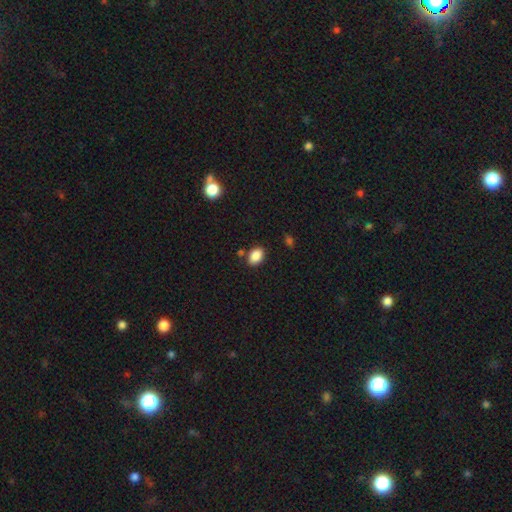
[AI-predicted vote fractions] A smooth galaxy with no disk features (88%) that is in between round and cigar-shaped (80%).

Vote fractions:
- Smooth or featured? smooth: 88% / star or artifact: 8% / featured or disk: 4%
- How rounded? in between: 80% / round: 19% / cigar-shaped: 1%
- Merging? none: 80% / minor disturbance: 12% / merger: 6% / major disturbance: 3%